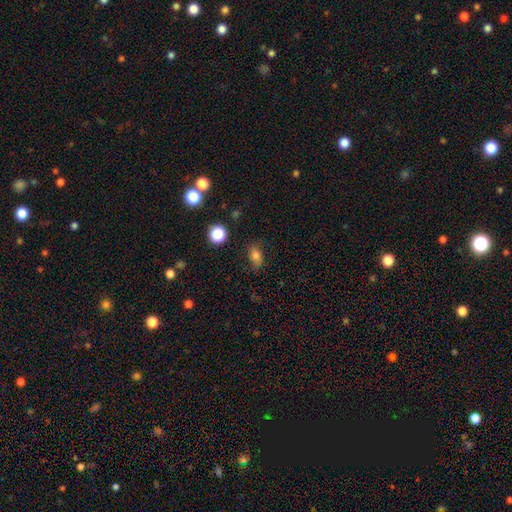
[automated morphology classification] A smooth galaxy with no disk features (77%) that is in between round and cigar-shaped (76%).

Vote fractions:
- Smooth or featured? smooth: 77% / star or artifact: 13% / featured or disk: 10%
- How rounded? in between: 76% / round: 21% / cigar-shaped: 3%
- Merging? none: 73% / minor disturbance: 19% / major disturbance: 6% / merger: 2%